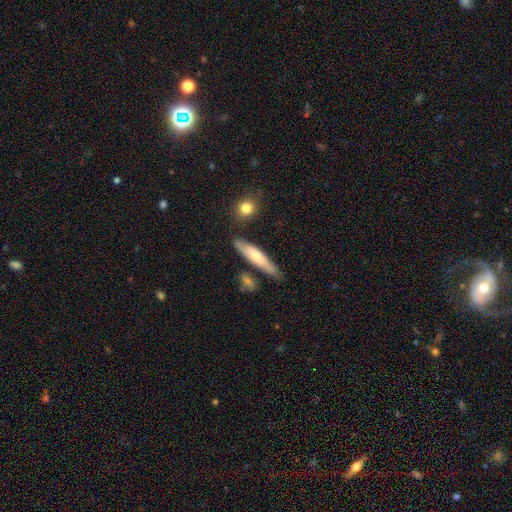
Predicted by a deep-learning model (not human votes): Morphology: type=smooth (48%); merging=none (79%).